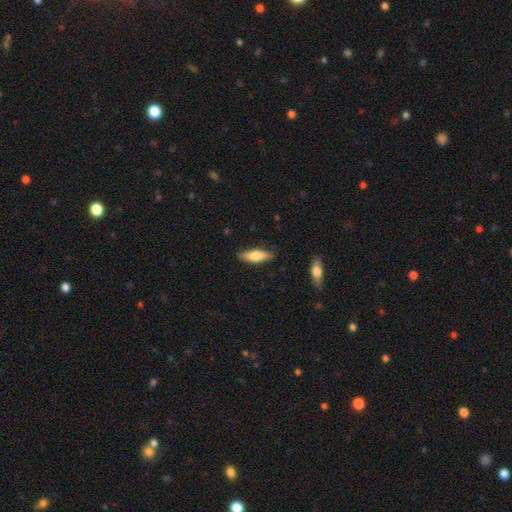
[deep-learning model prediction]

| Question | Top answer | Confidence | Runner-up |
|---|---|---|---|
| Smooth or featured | smooth | 62% | featured or disk (32%) |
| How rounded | cigar-shaped | 51% | in between (47%) |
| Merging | none | 85% | minor disturbance (11%) |